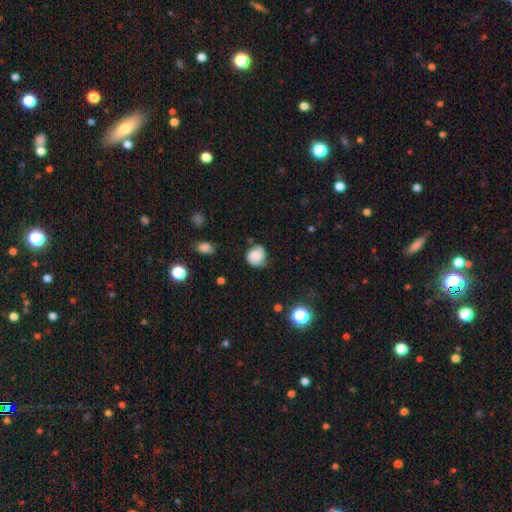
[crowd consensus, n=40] Smooth or featured? 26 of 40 (65%) said smooth. How rounded? 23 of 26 (88%) said round. Merging? 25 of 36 (69%) said none.